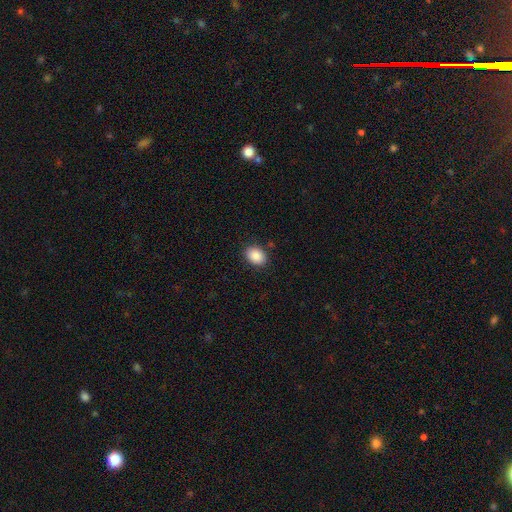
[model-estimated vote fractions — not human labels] smooth 88%, star or artifact 8%, featured or disk 4%. Down the decision tree: how rounded — in between (68%); merging — none (86%).